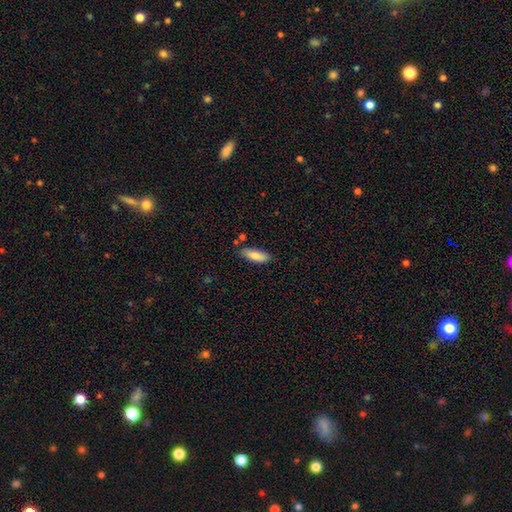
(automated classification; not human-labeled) Smooth or featured? smooth (83%)
How rounded? in between (67%)
Merging? none (82%)